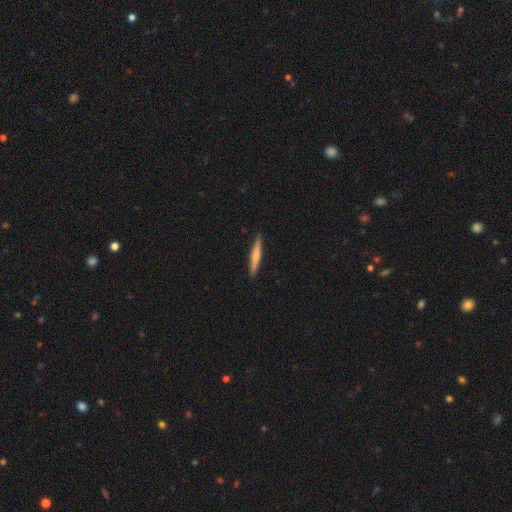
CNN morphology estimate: A smooth galaxy with no disk features (54%) that is cigar-shaped (94%). Merging: none (91%).